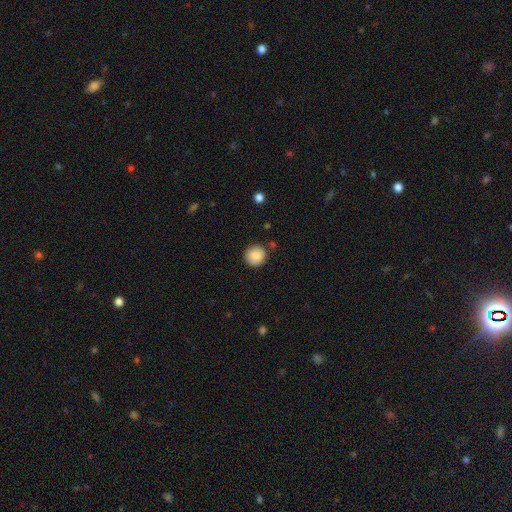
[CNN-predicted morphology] The model was most divided on "smooth or featured": smooth: 88%, star or artifact: 8%, featured or disk: 4%. More confident: how rounded — round (93%); merging — none (88%).